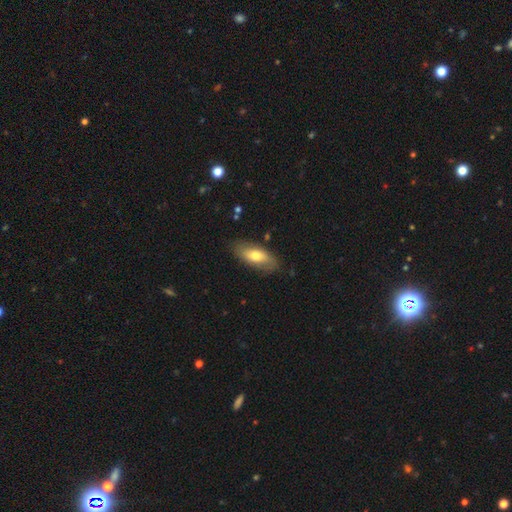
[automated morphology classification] Smooth or featured: smooth — 63% (featured or disk — 31%)
How rounded: in between — 85% (cigar-shaped — 12%)
Merging: none — 80% (minor disturbance — 15%)